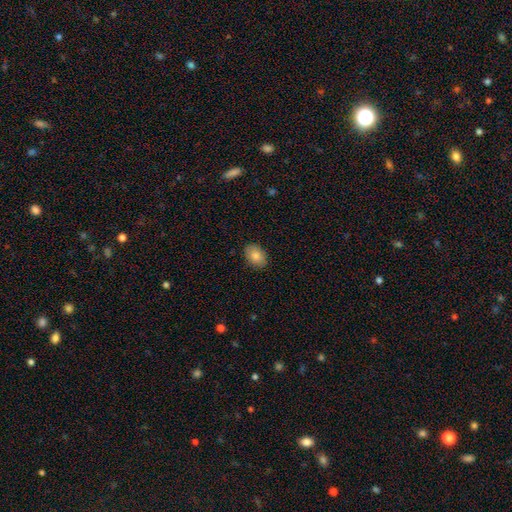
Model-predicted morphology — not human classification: Smooth or featured? smooth (86%)
How rounded? in between (82%)
Merging? none (88%)